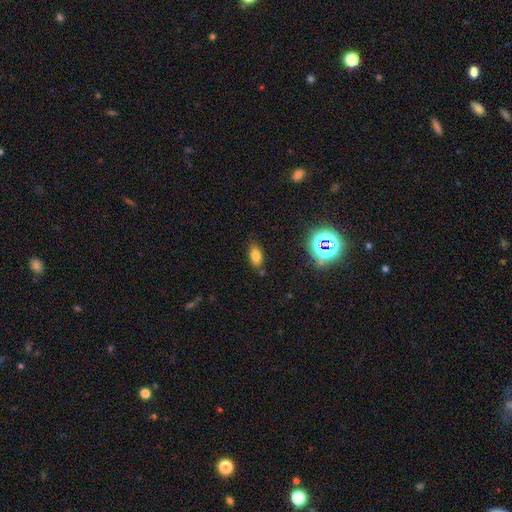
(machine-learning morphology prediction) type=smooth (75%); roundness=in between (87%); merging=none (80%).